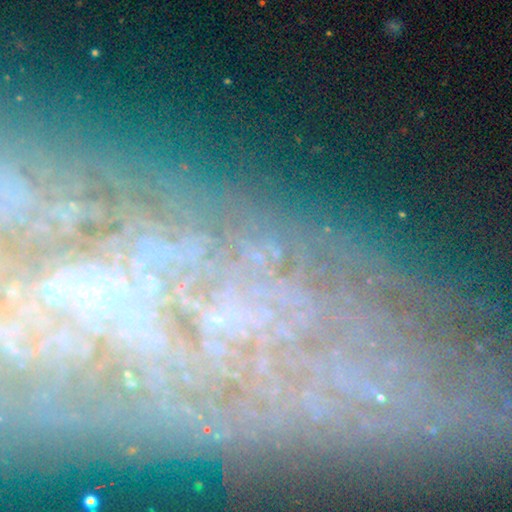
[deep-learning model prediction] Overall: star or artifact (49%; featured or disk 37%).